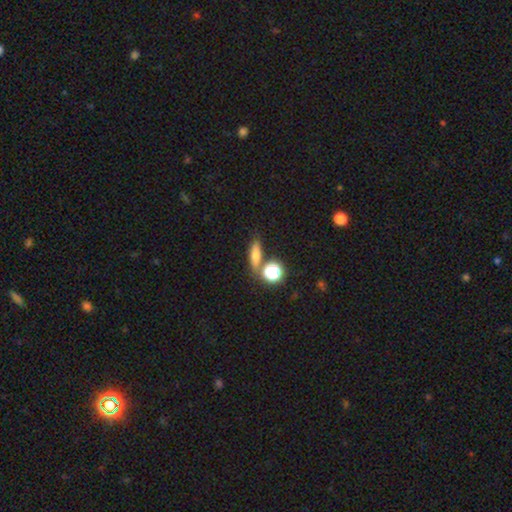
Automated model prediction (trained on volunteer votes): This is likely a smooth galaxy (68%). How rounded: marginally cigar-shaped (44%). Merging: likely none (73%).